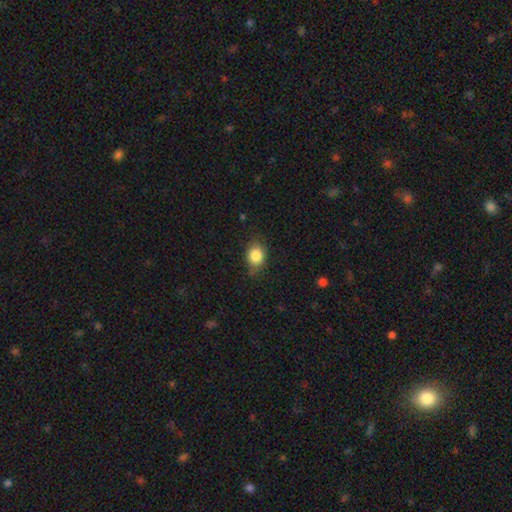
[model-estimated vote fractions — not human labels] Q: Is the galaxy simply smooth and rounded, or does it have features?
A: smooth — 83%.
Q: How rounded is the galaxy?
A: in between — 54%.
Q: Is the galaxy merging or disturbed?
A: none — 74%.